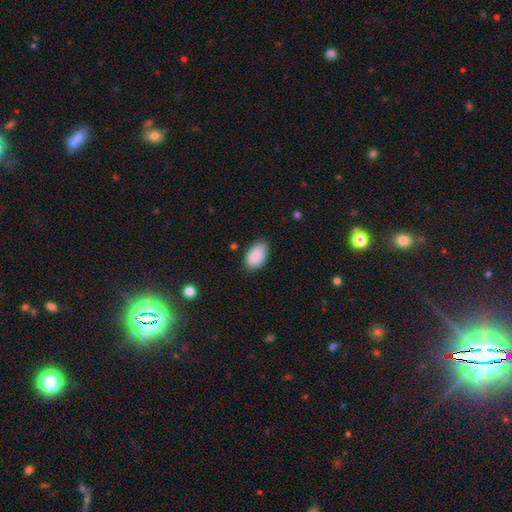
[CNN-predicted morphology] Smooth or featured? Predicted: smooth (p=0.90). How rounded? Predicted: in between (p=0.94). Merging? Predicted: none (p=0.81).